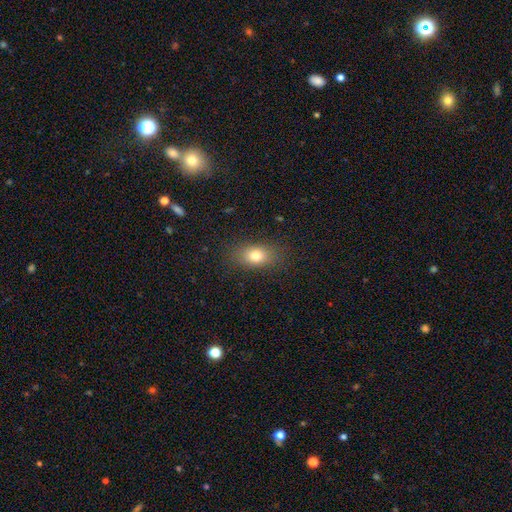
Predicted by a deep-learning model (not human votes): This appears to be a smooth galaxy with no disk features (78%) that is in between round and cigar-shaped (78%). Merging: none (84%).